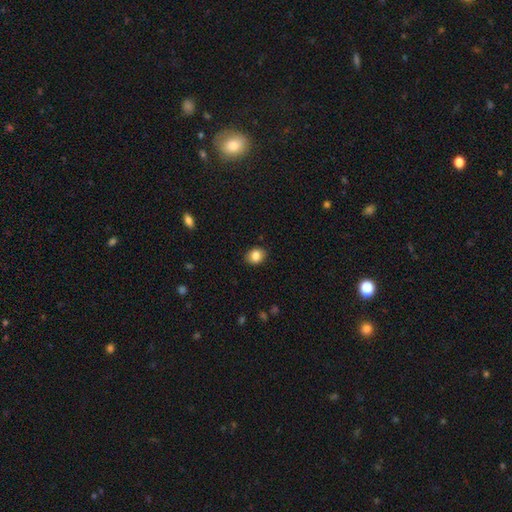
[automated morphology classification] A smooth galaxy with no disk features (85%) that is round (55%). Merging: none (88%).